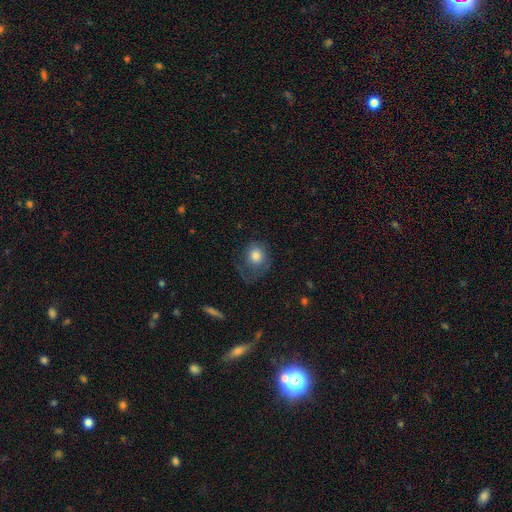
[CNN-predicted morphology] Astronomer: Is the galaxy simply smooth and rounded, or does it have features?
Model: smooth — 73%.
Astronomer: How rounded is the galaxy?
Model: round — 69%.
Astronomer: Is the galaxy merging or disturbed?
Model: none — 42% (runner-up: major disturbance, 32%).